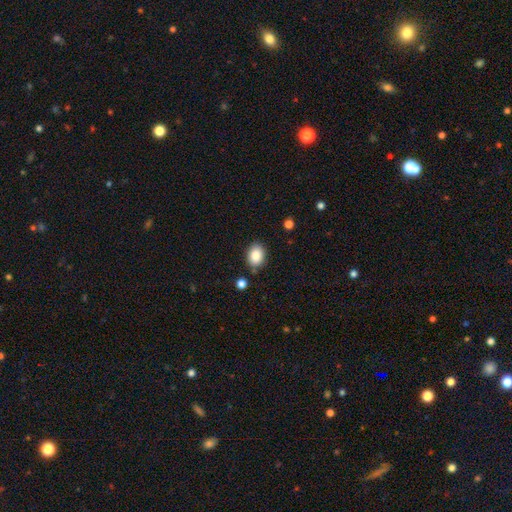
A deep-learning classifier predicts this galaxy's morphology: Smooth or featured: smooth — 86% (star or artifact — 8%)
How rounded: in between — 70% (round — 29%)
Merging: none — 81% (minor disturbance — 12%)